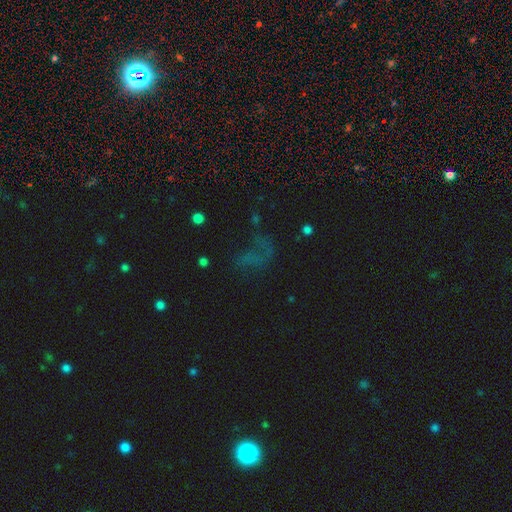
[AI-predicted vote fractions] Overall: star or artifact (47%; smooth 28%).